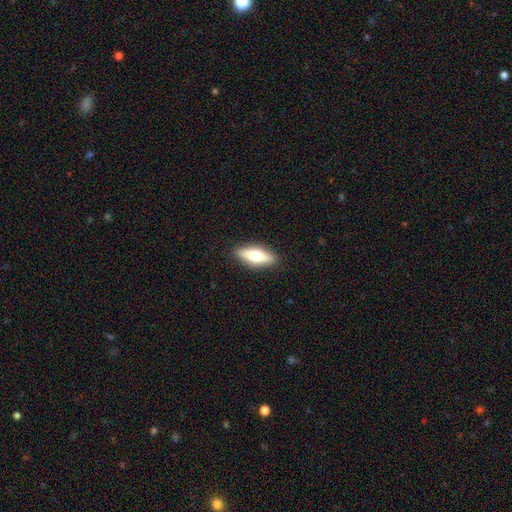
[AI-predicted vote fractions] Morphology: type=smooth (59%); roundness=in between (60%); merging=none (89%).